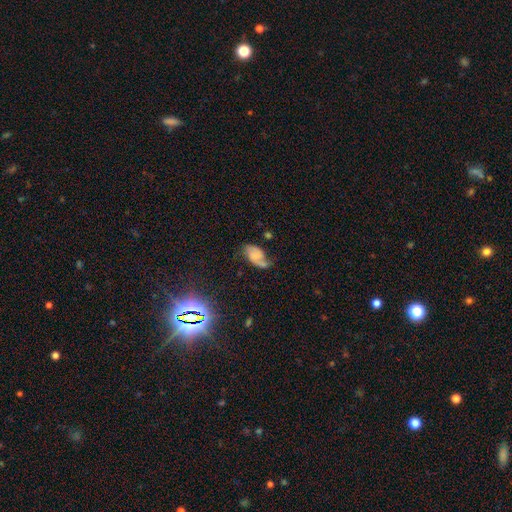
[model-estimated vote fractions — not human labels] Smooth or featured: featured or disk — 62% (smooth — 27%)
Edge-on disk: no — 97% (yes — 3%)
Bar: no — 58% (weak — 33%)
Spiral arms: yes — 90% (no — 10%)
Spiral winding: loose — 44% (medium — 39%)
Spiral arm count: 2 — 77% (1 — 14%)
Bulge size: none — 39% (small — 35%)
Merging: none — 50% (minor disturbance — 27%)